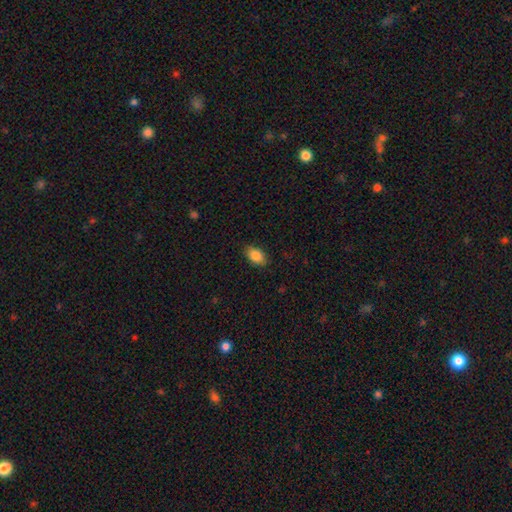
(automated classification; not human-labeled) smooth-or-featured: smooth: 86% | star or artifact: 8% | featured or disk: 6%
  how-rounded: in between: 90% | round: 8% | cigar-shaped: 2%
  merging: none: 87% | minor disturbance: 10% | major disturbance: 2% | merger: 1%